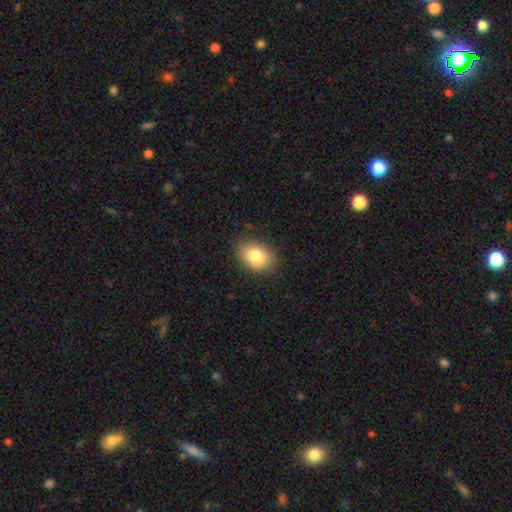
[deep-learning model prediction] A smooth galaxy with no disk features (83%) that is in between round and cigar-shaped (76%). Merging: none (85%).